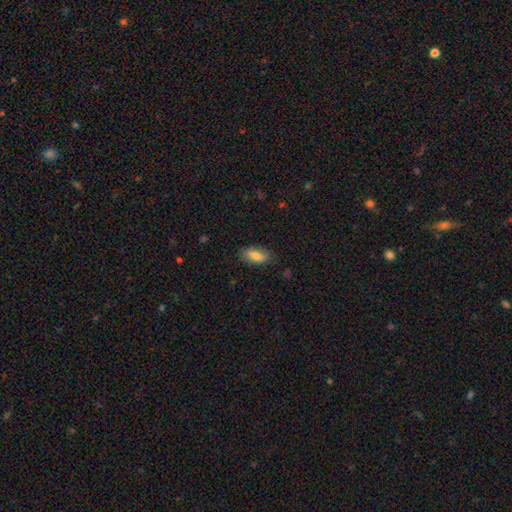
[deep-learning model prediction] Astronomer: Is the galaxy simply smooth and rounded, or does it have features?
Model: smooth — 78%.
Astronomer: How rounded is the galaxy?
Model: in between — 83%.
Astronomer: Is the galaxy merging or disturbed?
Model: none — 80%.